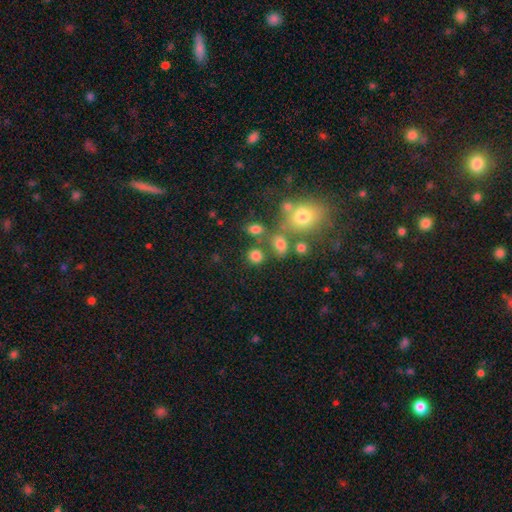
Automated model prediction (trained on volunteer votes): Q: Smooth or featured?
A: smooth (77%); runner-up: star or artifact (15%)
Q: How rounded?
A: round (73%); runner-up: in between (26%)
Q: Merging?
A: none (68%); runner-up: merger (16%)